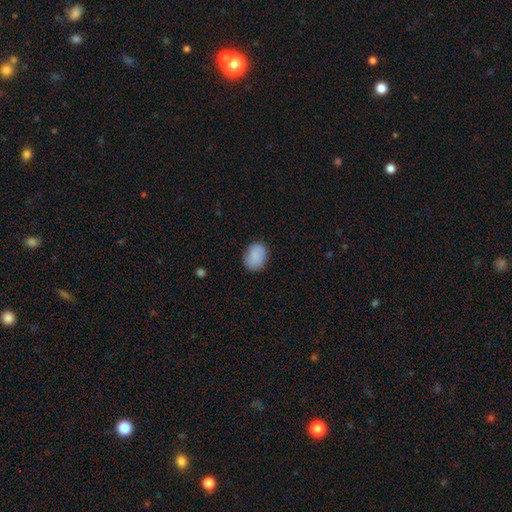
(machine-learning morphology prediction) Smooth or featured: smooth — 86% (star or artifact — 7%)
How rounded: in between — 68% (round — 31%)
Merging: none — 83% (minor disturbance — 13%)